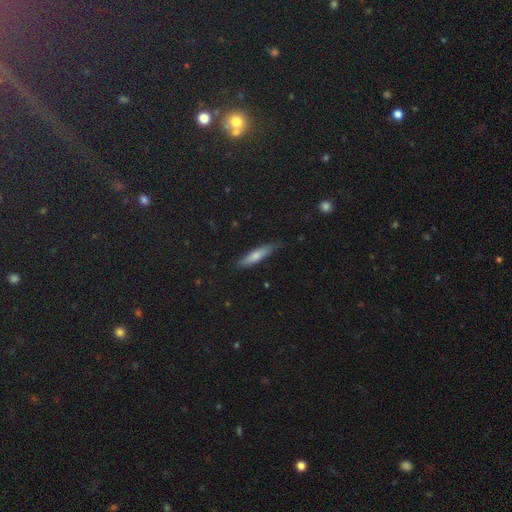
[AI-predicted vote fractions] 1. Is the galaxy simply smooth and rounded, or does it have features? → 70% smooth, 23% featured or disk, 7% star or artifact.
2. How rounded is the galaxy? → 78% cigar-shaped, 20% in between, 2% round.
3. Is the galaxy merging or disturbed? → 80% none, 16% minor disturbance, 3% major disturbance, 1% merger.